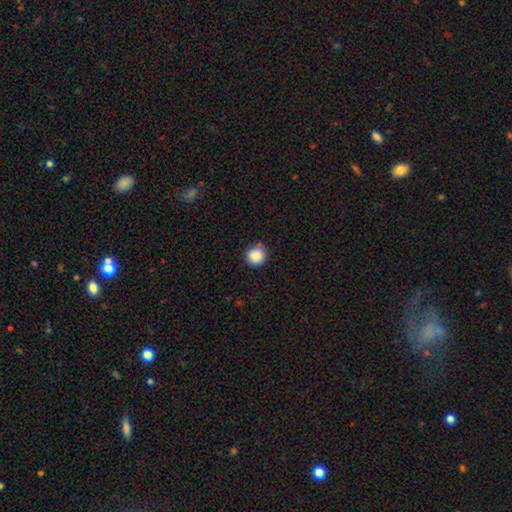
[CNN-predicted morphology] Q: Smooth or featured?
A: smooth (88%); runner-up: star or artifact (9%)
Q: How rounded?
A: round (92%); runner-up: in between (7%)
Q: Merging?
A: none (82%); runner-up: minor disturbance (13%)